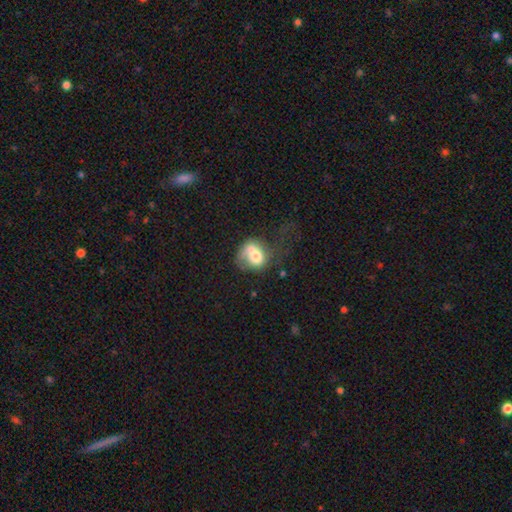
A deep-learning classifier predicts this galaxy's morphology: A smooth galaxy with no disk features (59%) that is round (58%). Merging: major disturbance (33%).